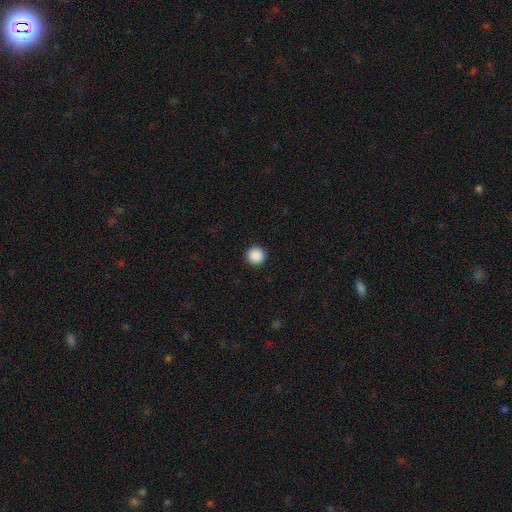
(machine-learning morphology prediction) Smooth or featured? Predicted: smooth (p=0.89). How rounded? Predicted: round (p=0.97). Merging? Predicted: none (p=0.94).